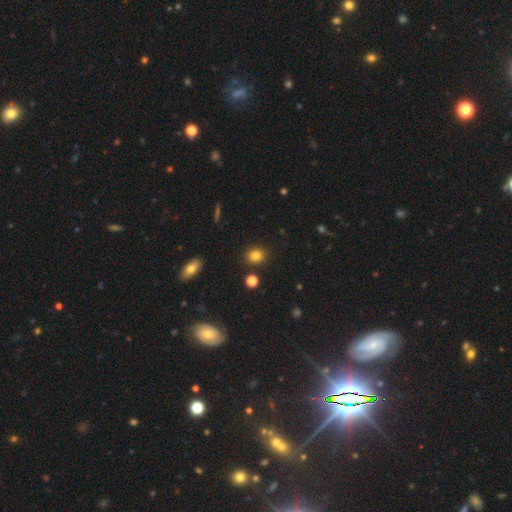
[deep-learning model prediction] Morphology: type=smooth (82%); roundness=round (66%); merging=none (87%).